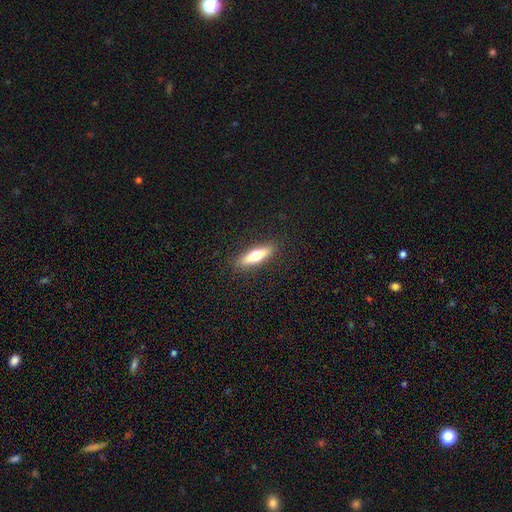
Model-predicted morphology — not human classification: type=smooth (59%); roundness=cigar-shaped (71%); merging=none (89%).